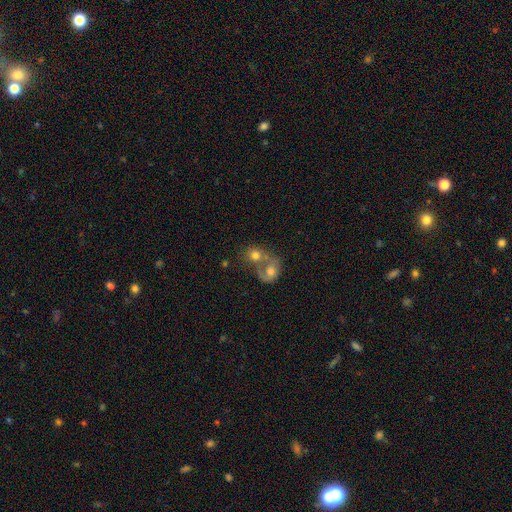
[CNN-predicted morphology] Overall: smooth (58%; featured or disk 31%). How rounded: round (68%; in between 30%). Merging: merger (69%).